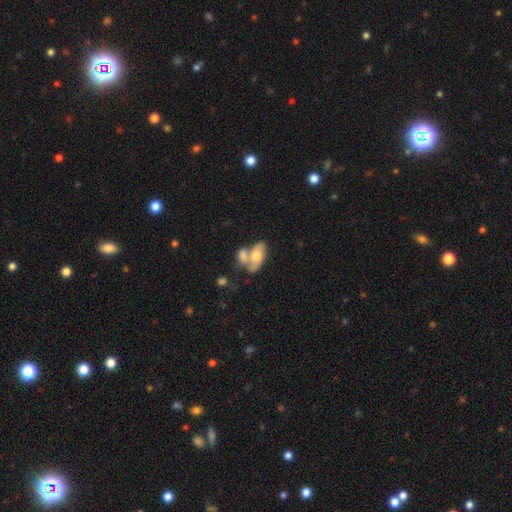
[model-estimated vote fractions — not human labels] This appears to be a smooth galaxy with no disk features (48%). Merging: merger (58%).